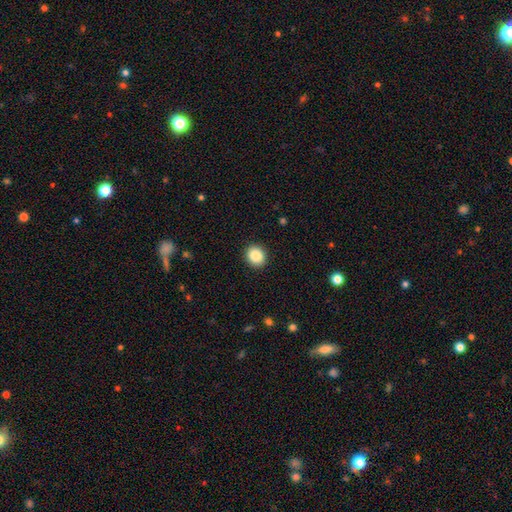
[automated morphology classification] A smooth galaxy with no disk features (87%) that is round (83%).

Vote fractions:
- Smooth or featured? smooth: 87% / star or artifact: 9% / featured or disk: 4%
- How rounded? round: 83% / in between: 16% / cigar-shaped: 1%
- Merging? none: 91% / minor disturbance: 6% / major disturbance: 2% / merger: 1%